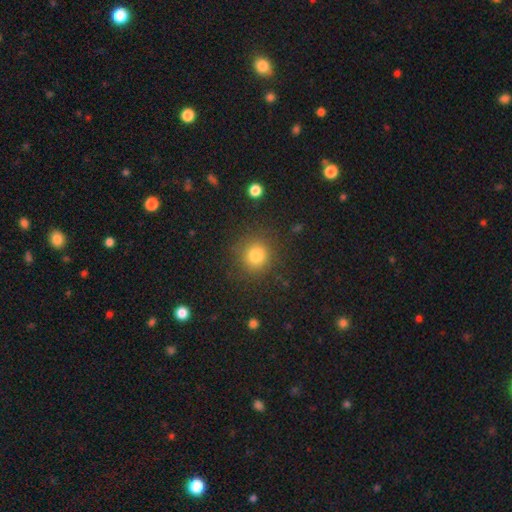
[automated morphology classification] smooth-or-featured: smooth: 81% | star or artifact: 13% | featured or disk: 7%
  how-rounded: round: 91% | in between: 8% | cigar-shaped: 1%
  merging: none: 86% | minor disturbance: 8% | major disturbance: 4% | merger: 2%